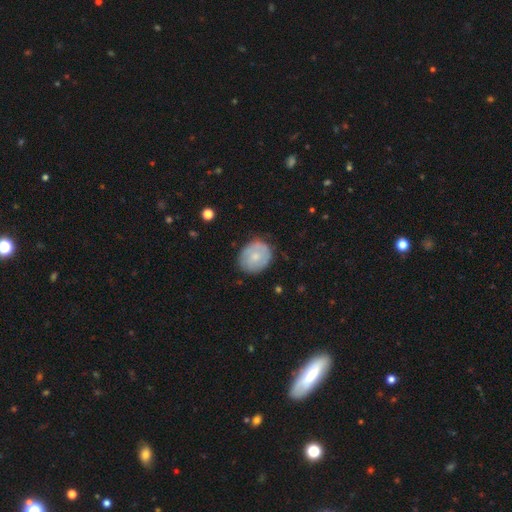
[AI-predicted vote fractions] smooth-or-featured: smooth: 61% | featured or disk: 33% | star or artifact: 6%
  how-rounded: round: 68% | in between: 31% | cigar-shaped: 1%
  merging: none: 77% | minor disturbance: 18% | major disturbance: 4% | merger: 1%